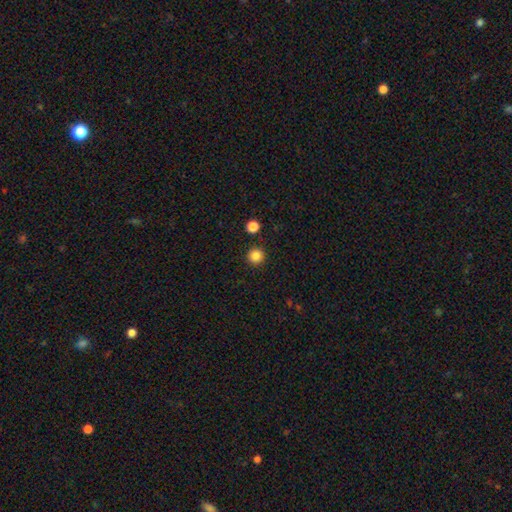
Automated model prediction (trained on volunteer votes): This appears to be a smooth galaxy with no disk features (84%) that is round (96%). Merging: none (91%).